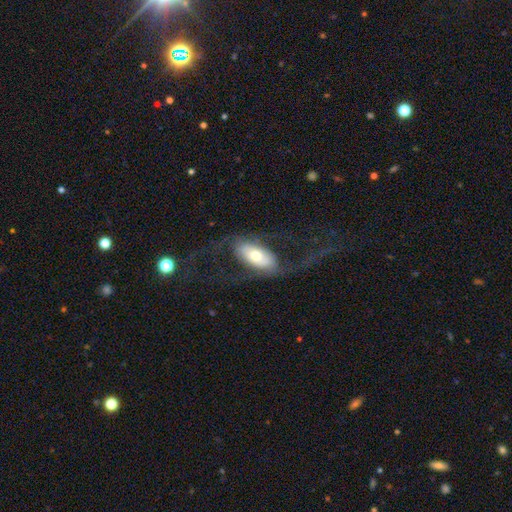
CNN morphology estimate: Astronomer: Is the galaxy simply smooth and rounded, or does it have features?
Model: featured or disk — 53% (runner-up: smooth, 41%).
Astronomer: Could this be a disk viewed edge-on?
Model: no — 86%.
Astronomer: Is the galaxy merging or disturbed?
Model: none — 55%.